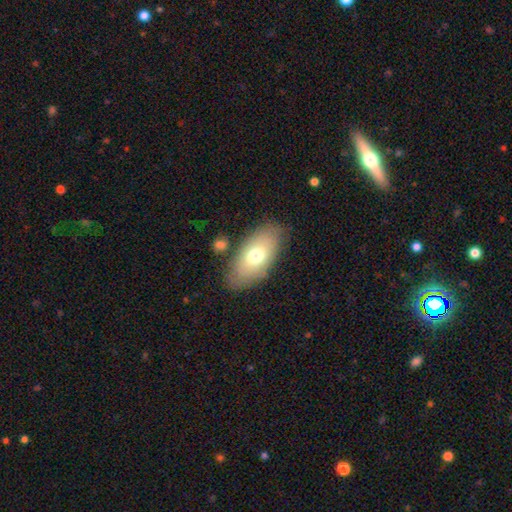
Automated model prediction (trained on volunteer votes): A smooth galaxy with no disk features (68%) that is in between round and cigar-shaped (92%).

Vote fractions:
- Smooth or featured? smooth: 68% / featured or disk: 25% / star or artifact: 7%
- How rounded? in between: 92% / cigar-shaped: 5% / round: 4%
- Merging? none: 78% / minor disturbance: 13% / major disturbance: 4% / merger: 4%